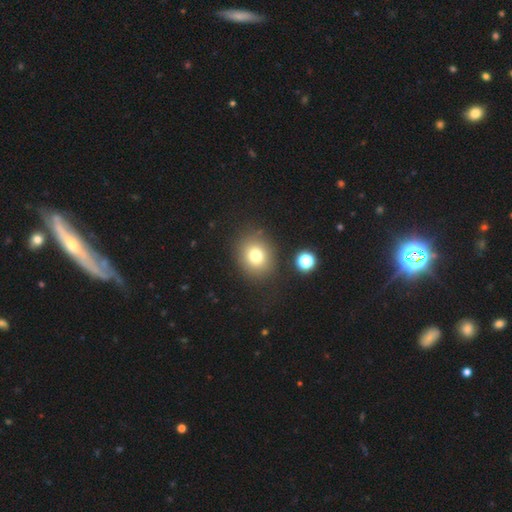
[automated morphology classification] Smooth or featured? Predicted: smooth (p=0.75). How rounded? Predicted: round (p=0.72). Merging? Predicted: none (p=0.83).